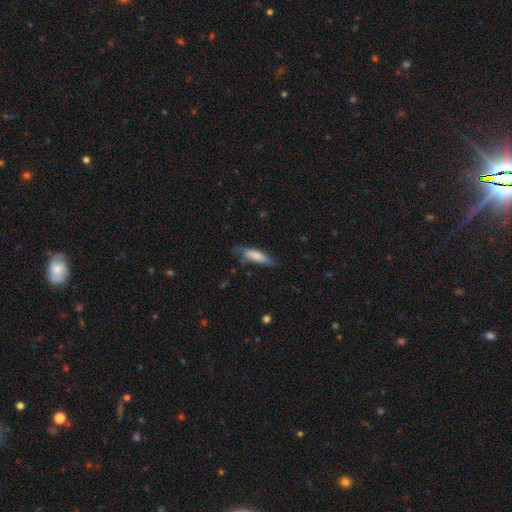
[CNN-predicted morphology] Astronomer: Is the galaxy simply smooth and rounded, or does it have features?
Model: smooth — 76%.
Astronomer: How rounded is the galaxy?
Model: cigar-shaped — 61% (runner-up: in between, 38%).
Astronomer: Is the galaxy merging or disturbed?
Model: none — 66%.